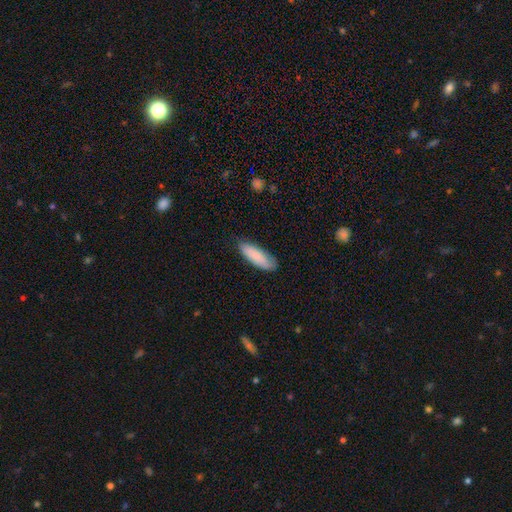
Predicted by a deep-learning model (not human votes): A smooth galaxy with no disk features (86%) that is in between round and cigar-shaped (55%).

Vote fractions:
- Smooth or featured? smooth: 86% / featured or disk: 8% / star or artifact: 6%
- How rounded? in between: 55% / cigar-shaped: 44% / round: 1%
- Merging? none: 79% / minor disturbance: 17% / major disturbance: 3% / merger: 1%